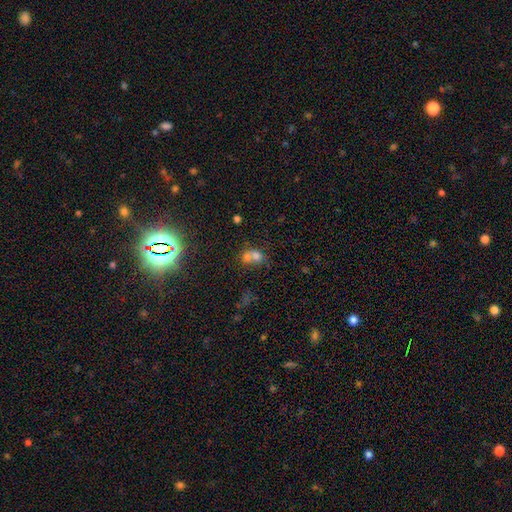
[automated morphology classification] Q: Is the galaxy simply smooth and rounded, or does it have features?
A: smooth — 68%.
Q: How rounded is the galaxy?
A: round — 57%.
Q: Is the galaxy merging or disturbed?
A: merger — 65%.